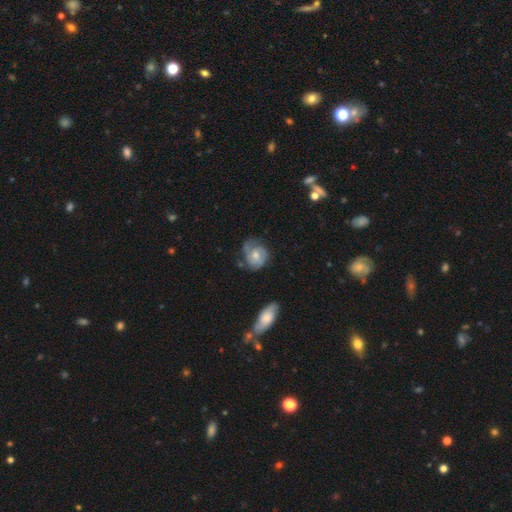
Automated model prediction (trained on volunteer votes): smooth_or_featured: featured or disk (p=0.63) [alt: smooth p=0.30]
disk_edge_on: no (p=0.97) [alt: yes p=0.03]
bar: no (p=0.70) [alt: weak p=0.26]
has_spiral_arms: yes (p=0.86) [alt: no p=0.14]
spiral_winding: tight (p=0.51) [alt: medium p=0.36]
spiral_arm_count: 2 (p=0.43) [alt: can't tell p=0.26]
bulge_size: moderate (p=0.60) [alt: small p=0.30]
merging: none (p=0.57) [alt: minor disturbance p=0.28]